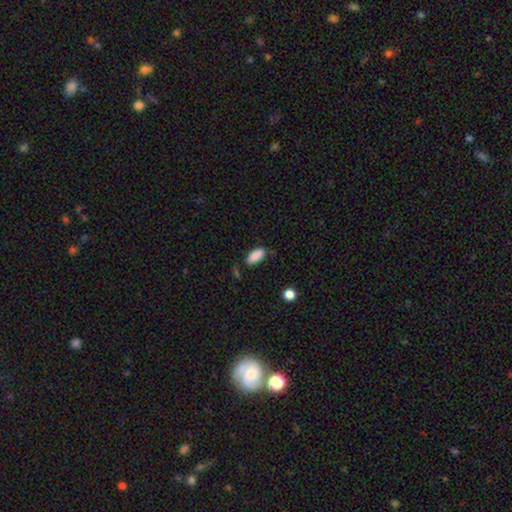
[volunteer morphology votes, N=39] This appears to be a smooth galaxy with no disk features (97%) that is in between round and cigar-shaped (84%). Merging: none (76%).